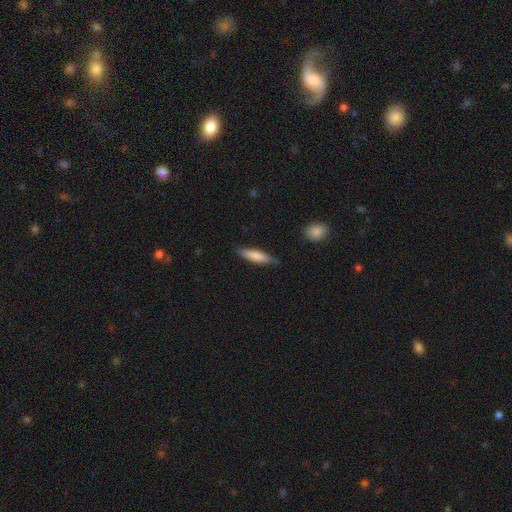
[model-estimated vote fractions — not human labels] A smooth galaxy with no disk features (74%) that is cigar-shaped (76%). Merging: none (83%).